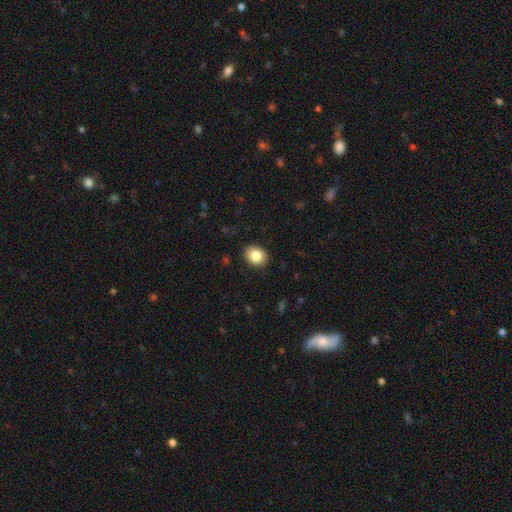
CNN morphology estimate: Q: Smooth or featured?
A: smooth (85%); runner-up: star or artifact (9%)
Q: How rounded?
A: in between (53%); runner-up: round (46%)
Q: Merging?
A: none (90%); runner-up: minor disturbance (8%)